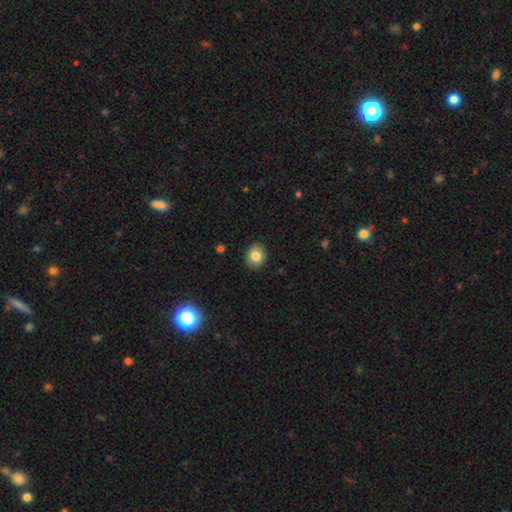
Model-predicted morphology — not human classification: type=smooth (82%); roundness=round (70%); merging=none (90%).